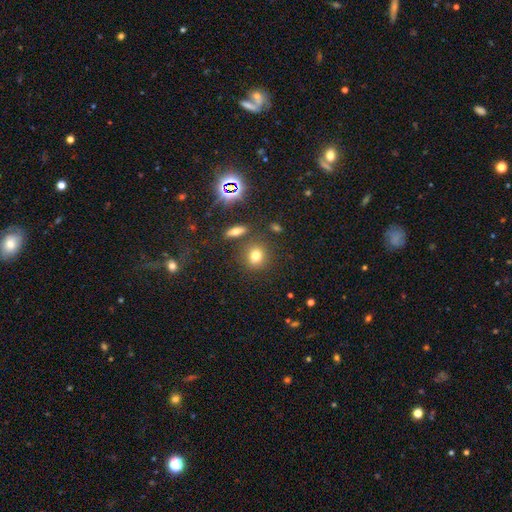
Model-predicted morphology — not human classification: A smooth galaxy with no disk features (72%) that is round (72%).

Vote fractions:
- Smooth or featured? smooth: 72% / star or artifact: 18% / featured or disk: 10%
- How rounded? round: 72% / in between: 26% / cigar-shaped: 2%
- Merging? none: 79% / minor disturbance: 10% / merger: 7% / major disturbance: 4%